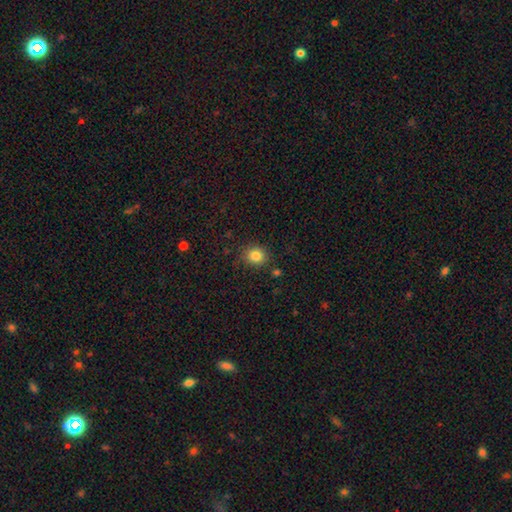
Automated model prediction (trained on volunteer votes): Smooth or featured? smooth (84%)
How rounded? round (79%)
Merging? none (84%)